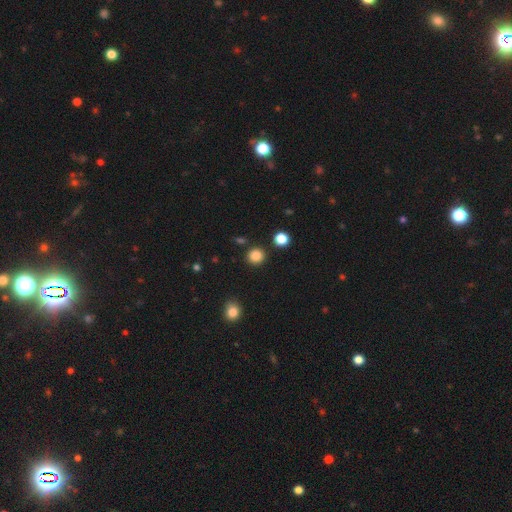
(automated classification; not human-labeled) smooth 86%, star or artifact 11%, featured or disk 3%. Down the decision tree: how rounded — round (91%); merging — none (88%).